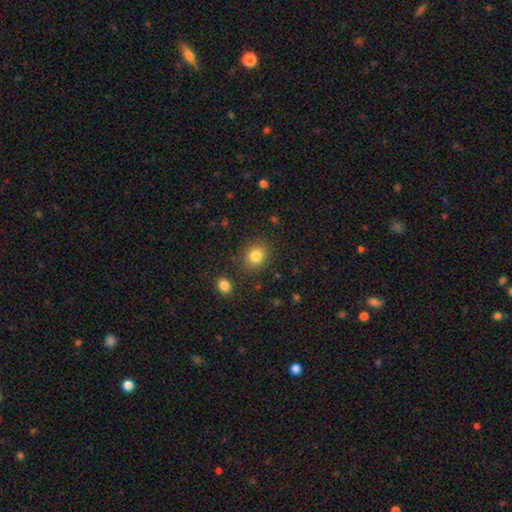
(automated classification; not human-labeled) smooth-or-featured: smooth: 83% | star or artifact: 11% | featured or disk: 6%
  how-rounded: round: 68% | in between: 31% | cigar-shaped: 1%
  merging: none: 85% | minor disturbance: 9% | major disturbance: 3% | merger: 3%